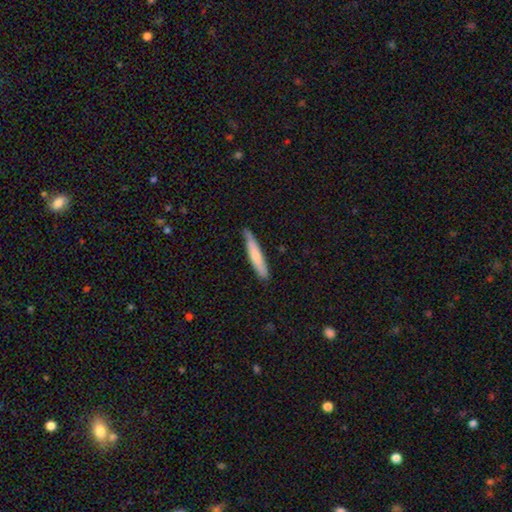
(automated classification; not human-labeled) Smooth or featured?
  - smooth: 72% *
  - featured or disk: 23%
  - star or artifact: 5%
How rounded?
  - cigar-shaped: 92% *
  - in between: 7%
  - round: 1%
Merging?
  - none: 79% *
  - minor disturbance: 17%
  - major disturbance: 2%
  - merger: 1%